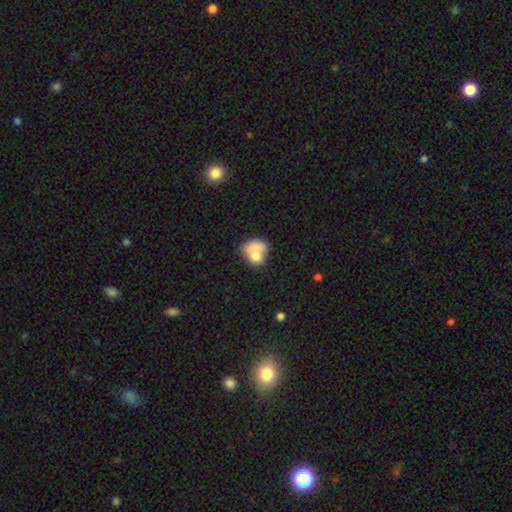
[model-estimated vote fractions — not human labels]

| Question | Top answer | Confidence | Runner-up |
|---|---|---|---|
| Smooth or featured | smooth | 73% | featured or disk (19%) |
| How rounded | in between | 51% | round (47%) |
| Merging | merger | 59% | none (23%) |